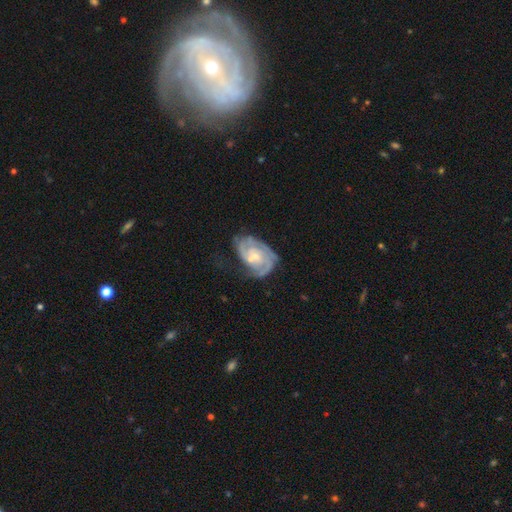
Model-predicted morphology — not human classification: This is clearly a featured or disk galaxy (83%). It is clearly not viewed edge-on (97%). Bar: likely no (61%). Spiral arm pattern: clearly yes (95%). Spiral arm count: marginally 2 (44%). Spiral winding: possibly tight (56%). Central bulge: possibly small (54%). Merging: possibly none (54%).